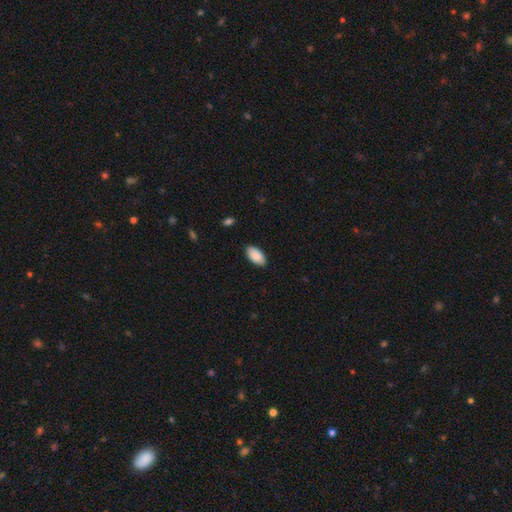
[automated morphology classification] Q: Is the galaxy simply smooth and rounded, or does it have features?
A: smooth — 90%.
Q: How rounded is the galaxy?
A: in between — 95%.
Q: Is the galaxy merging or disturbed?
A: none — 87%.